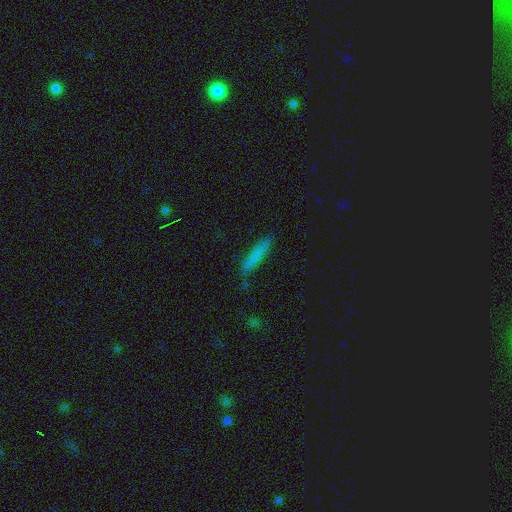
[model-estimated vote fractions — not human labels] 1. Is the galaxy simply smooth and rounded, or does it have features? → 78% smooth, 13% featured or disk, 9% star or artifact.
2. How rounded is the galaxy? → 90% cigar-shaped, 9% in between, 2% round.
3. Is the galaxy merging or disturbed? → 83% none, 12% minor disturbance, 3% major disturbance, 2% merger.